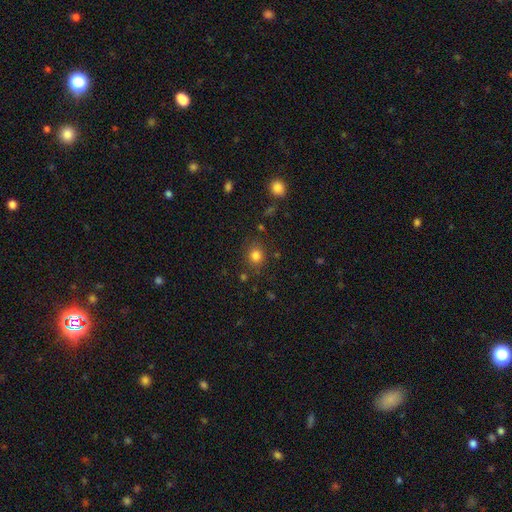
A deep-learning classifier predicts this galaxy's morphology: The model was most divided on "how rounded": round: 78%, in between: 21%, cigar-shaped: 1%. More confident: merging — none (81%); smooth or featured — smooth (80%).